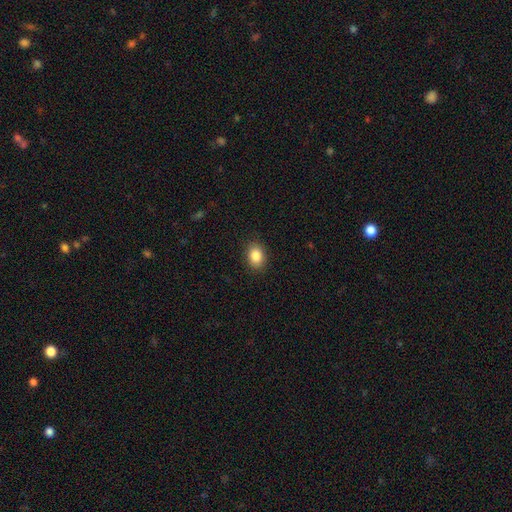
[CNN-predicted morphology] Smooth or featured?
  - smooth: 86% *
  - star or artifact: 9%
  - featured or disk: 5%
How rounded?
  - in between: 71% *
  - round: 28%
  - cigar-shaped: 1%
Merging?
  - none: 88% *
  - minor disturbance: 8%
  - major disturbance: 2%
  - merger: 1%